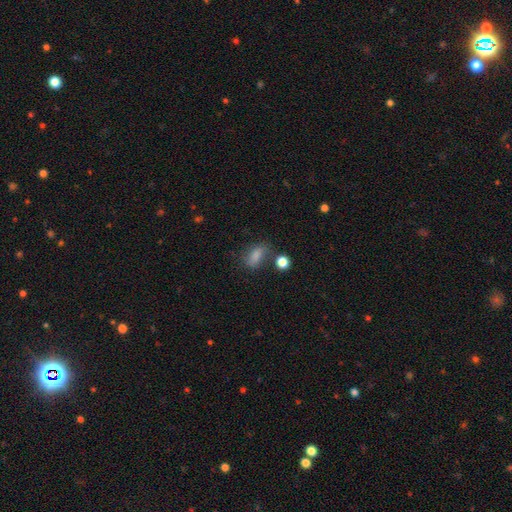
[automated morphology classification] Q: Smooth or featured?
A: smooth (77%); runner-up: star or artifact (12%)
Q: How rounded?
A: in between (79%); runner-up: round (12%)
Q: Merging?
A: none (56%); runner-up: minor disturbance (24%)